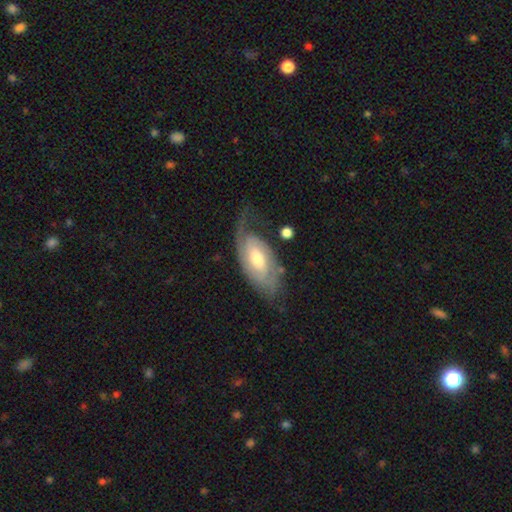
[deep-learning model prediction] Smooth or featured? Predicted: featured or disk (p=0.77). Edge-on disk? Predicted: no (p=0.92). Bar? Predicted: no (p=0.48). Spiral arms? Predicted: yes (p=0.90). Spiral winding? Predicted: tight (p=0.47). Spiral arm count? Predicted: 2 (p=0.47). Bulge size? Predicted: moderate (p=0.68). Merging? Predicted: none (p=0.54).